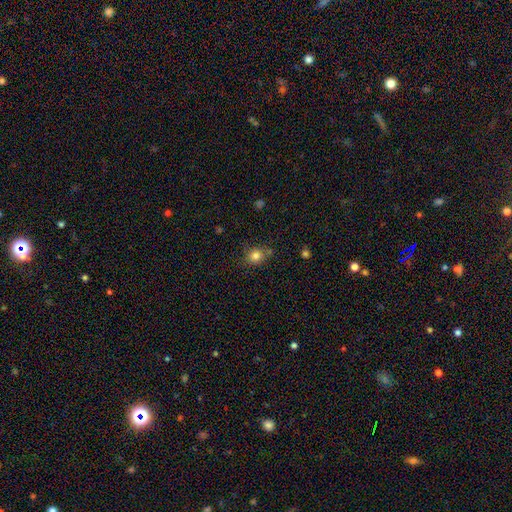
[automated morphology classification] The model was most divided on "how rounded": round: 76%, in between: 23%, cigar-shaped: 1%. More confident: smooth or featured — smooth (82%); merging — none (71%).